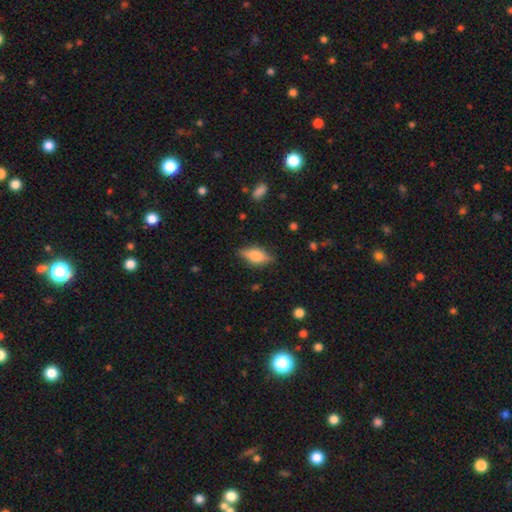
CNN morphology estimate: Overall: smooth (54%; featured or disk 38%). How rounded: in between (74%). Merging: none (82%).